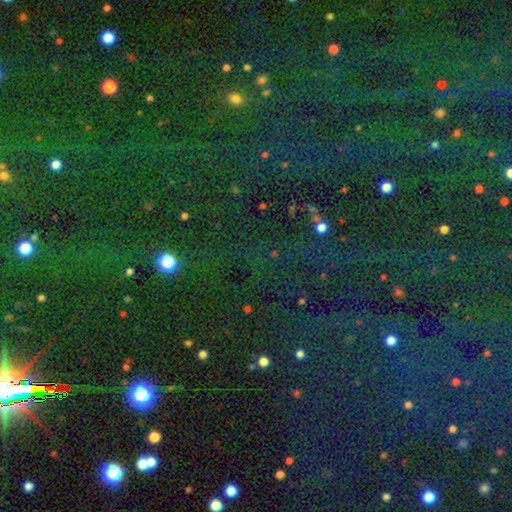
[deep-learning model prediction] Morphology: type=star or artifact (81%).